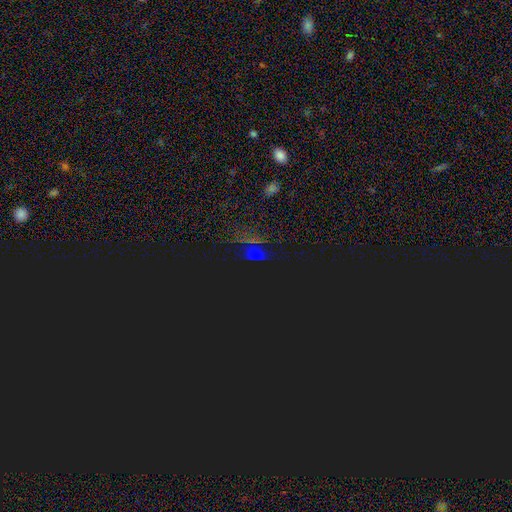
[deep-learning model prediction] Morphology: type=star or artifact (73%).